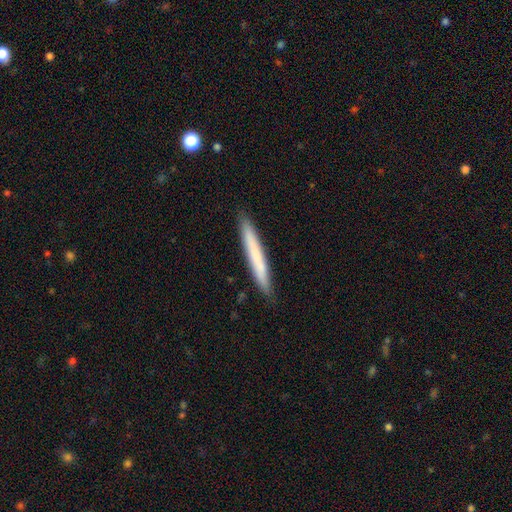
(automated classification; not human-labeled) smooth 68%, featured or disk 26%, star or artifact 6%. Down the decision tree: how rounded — cigar-shaped (96%); merging — none (90%).